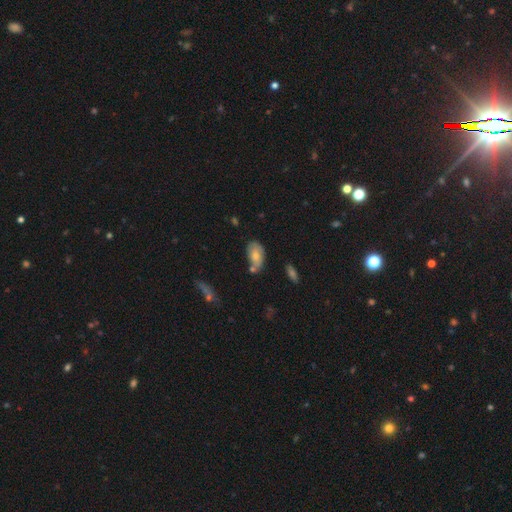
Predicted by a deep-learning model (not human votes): A smooth galaxy with no disk features (72%) that is in between round and cigar-shaped (93%).

Vote fractions:
- Smooth or featured? smooth: 72% / featured or disk: 21% / star or artifact: 7%
- How rounded? in between: 93% / round: 5% / cigar-shaped: 3%
- Merging? none: 50% / minor disturbance: 25% / merger: 18% / major disturbance: 7%